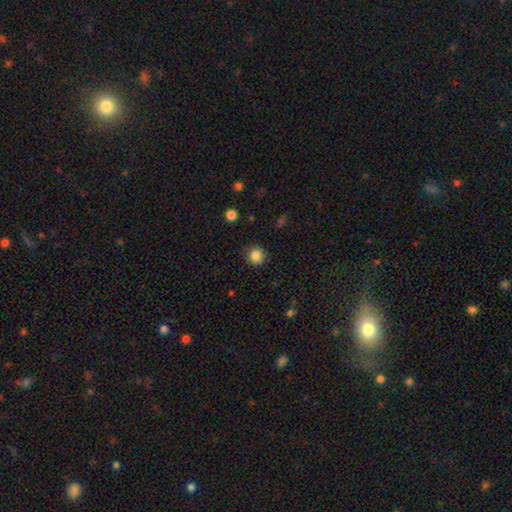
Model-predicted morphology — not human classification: This is clearly a smooth galaxy (86%). How rounded: clearly round (93%). Merging: clearly none (88%).